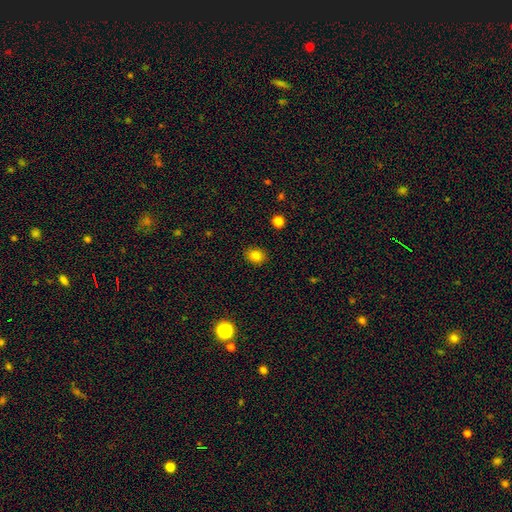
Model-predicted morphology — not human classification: Smooth or featured?
  - smooth: 82% *
  - star or artifact: 11%
  - featured or disk: 6%
How rounded?
  - round: 54% *
  - in between: 45%
  - cigar-shaped: 1%
Merging?
  - none: 89% *
  - minor disturbance: 8%
  - major disturbance: 2%
  - merger: 1%